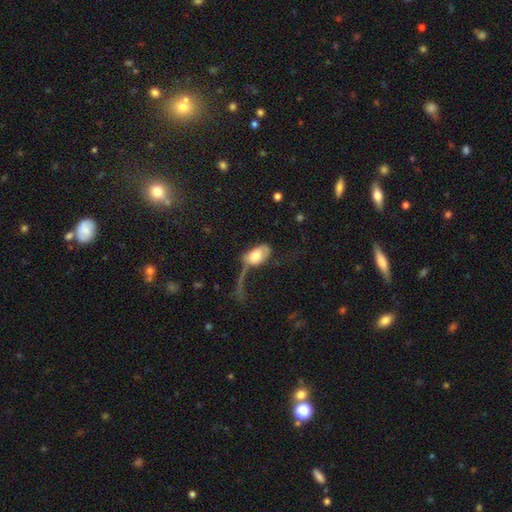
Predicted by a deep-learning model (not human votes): This is likely a smooth galaxy (63%). How rounded: clearly in between (91%). Merging: possibly major disturbance (52%).